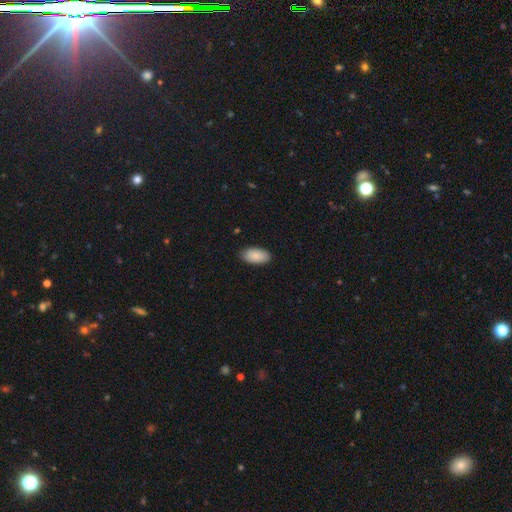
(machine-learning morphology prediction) Smooth or featured? Predicted: smooth (p=0.89). How rounded? Predicted: in between (p=0.95). Merging? Predicted: none (p=0.87).